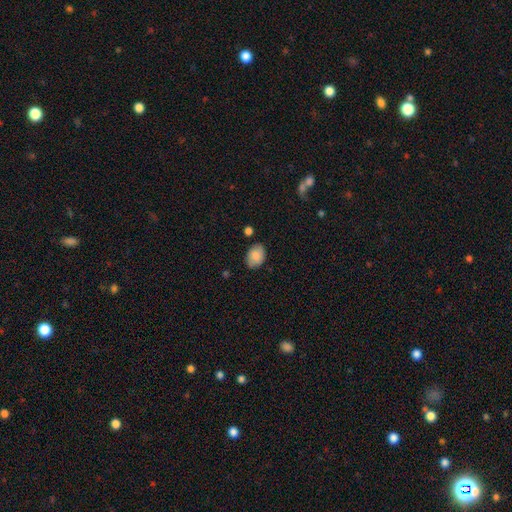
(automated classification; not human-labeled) smooth 82%, featured or disk 11%, star or artifact 7%. Down the decision tree: how rounded — in between (73%); merging — none (79%).